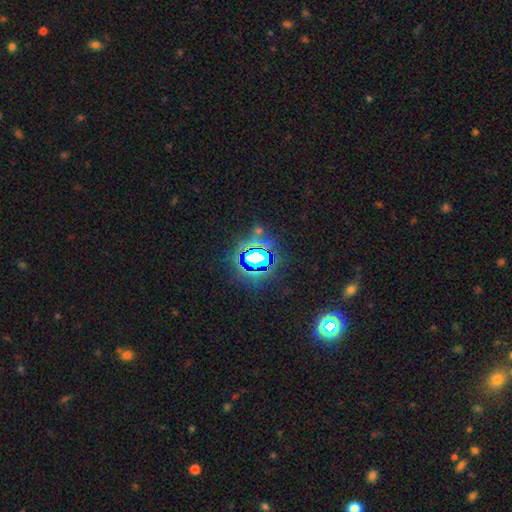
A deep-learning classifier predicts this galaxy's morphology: The model was most divided on "smooth or featured": star or artifact: 73%, smooth: 15%, featured or disk: 12%.